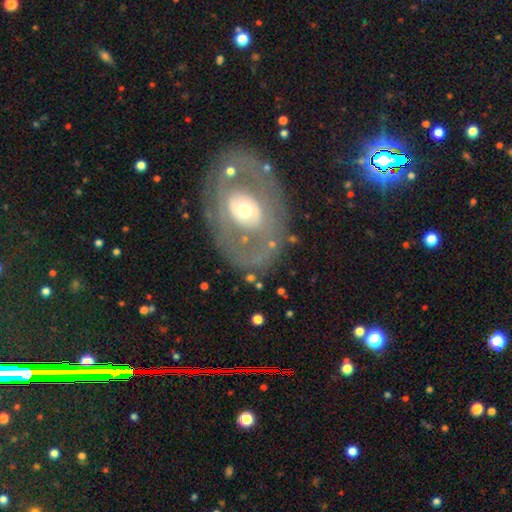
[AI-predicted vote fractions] smooth_or_featured: featured or disk (p=0.62) [alt: smooth p=0.29]
disk_edge_on: no (p=0.93) [alt: yes p=0.07]
bar: no (p=0.82) [alt: weak p=0.12]
has_spiral_arms: no (p=0.71) [alt: yes p=0.29]
bulge_size: moderate (p=0.50) [alt: small p=0.35]
merging: none (p=0.76) [alt: minor disturbance p=0.13]